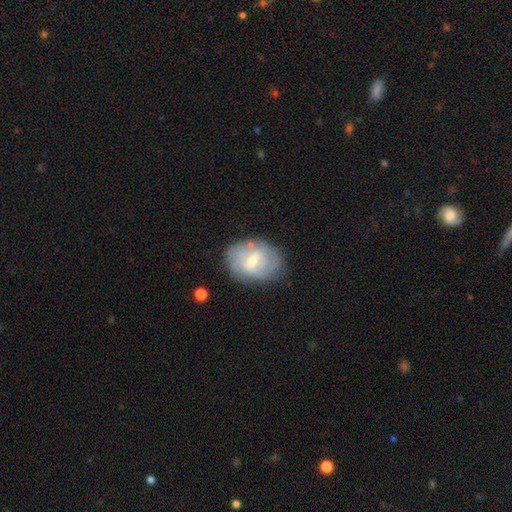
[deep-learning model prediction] This appears to be a featured or disk galaxy (58%) with a weak bar (58%), spiral arms (56%) and a moderate central bulge (50%). Merging: none (69%).